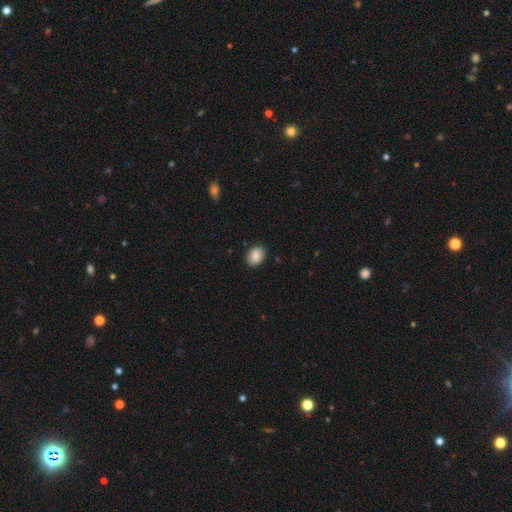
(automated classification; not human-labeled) A smooth galaxy with no disk features (88%) that is in between round and cigar-shaped (74%).

Vote fractions:
- Smooth or featured? smooth: 88% / star or artifact: 7% / featured or disk: 5%
- How rounded? in between: 74% / round: 25% / cigar-shaped: 1%
- Merging? none: 88% / minor disturbance: 9% / major disturbance: 2% / merger: 1%